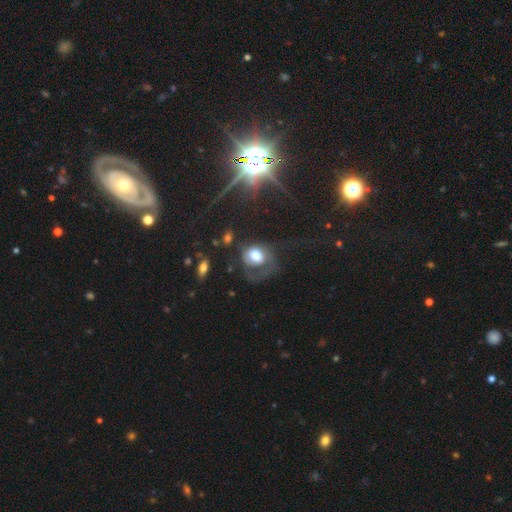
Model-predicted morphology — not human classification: A smooth galaxy with no disk features (51%) that is round (61%). Merging: major disturbance (51%).